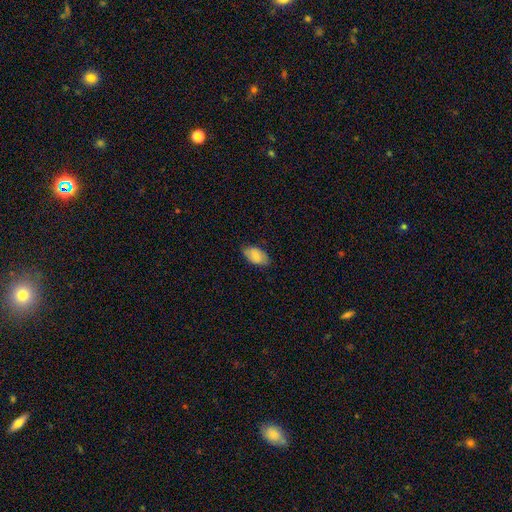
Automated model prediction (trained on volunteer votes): Smooth or featured? smooth (71%)
How rounded? in between (93%)
Merging? none (76%)